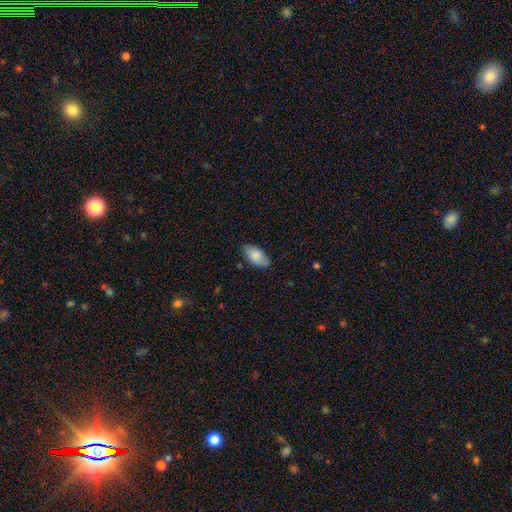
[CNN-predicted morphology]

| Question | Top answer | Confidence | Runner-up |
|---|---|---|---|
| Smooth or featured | smooth | 81% | featured or disk (12%) |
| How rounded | in between | 94% | cigar-shaped (3%) |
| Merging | none | 77% | minor disturbance (18%) |